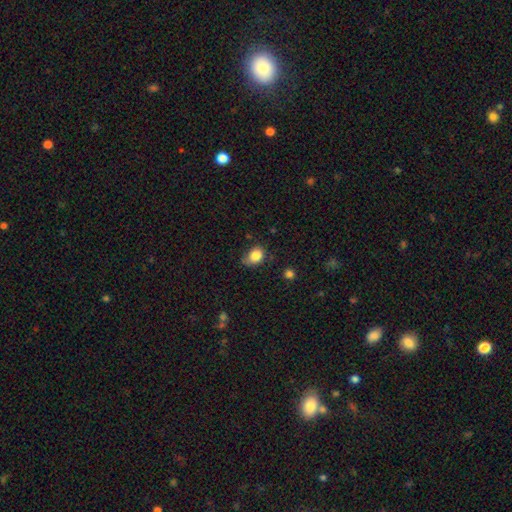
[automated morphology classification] smooth 84%, star or artifact 9%, featured or disk 7%. Down the decision tree: how rounded — in between (59%); merging — none (56%).